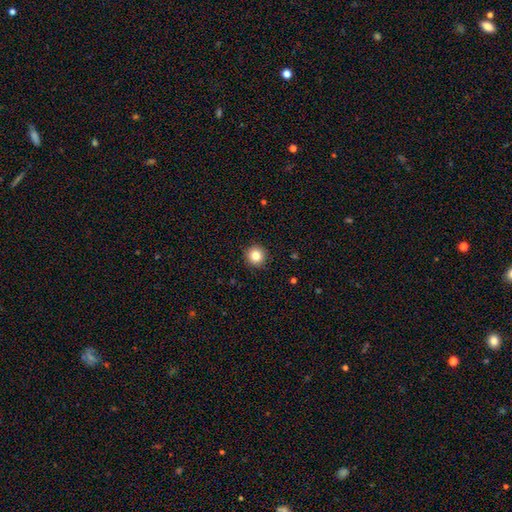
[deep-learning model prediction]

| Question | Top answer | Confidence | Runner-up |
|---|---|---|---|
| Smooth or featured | smooth | 83% | star or artifact (11%) |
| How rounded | round | 95% | in between (4%) |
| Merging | none | 92% | minor disturbance (6%) |